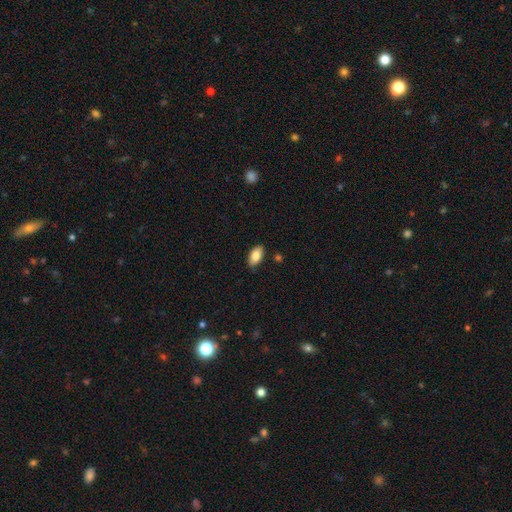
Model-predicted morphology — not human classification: Smooth or featured? Predicted: smooth (p=0.83). How rounded? Predicted: in between (p=0.93). Merging? Predicted: none (p=0.87).